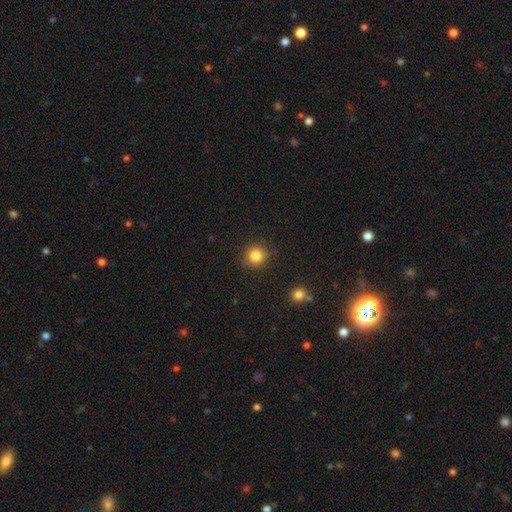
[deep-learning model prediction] smooth-or-featured: smooth: 83% | star or artifact: 11% | featured or disk: 5%
  how-rounded: round: 92% | in between: 7% | cigar-shaped: 1%
  merging: none: 87% | minor disturbance: 9% | major disturbance: 3% | merger: 2%